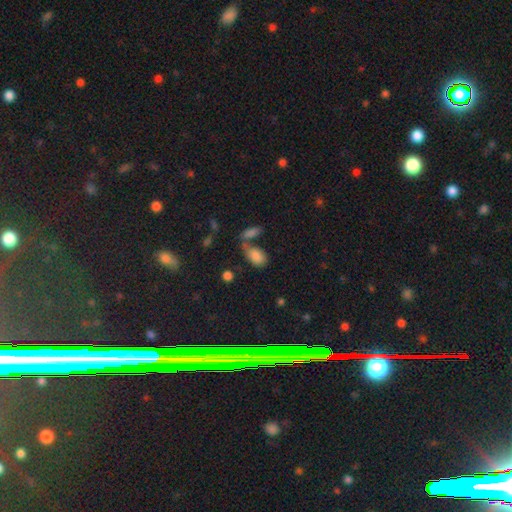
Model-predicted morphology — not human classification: smooth_or_featured: smooth (p=0.82) [alt: star or artifact p=0.09]
how_rounded: in between (p=0.90) [alt: round p=0.07]
merging: none (p=0.41) [alt: merger p=0.35]